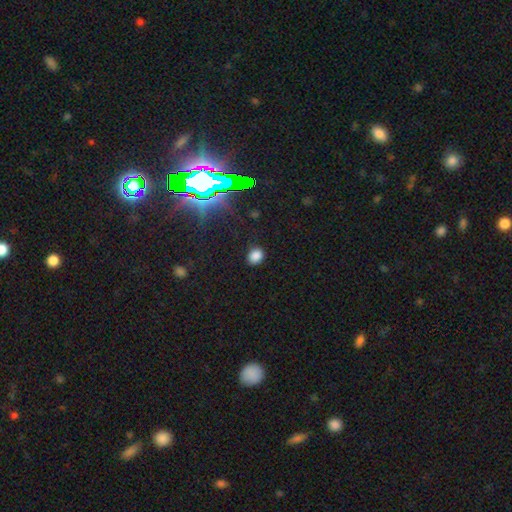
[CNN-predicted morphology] A smooth galaxy with no disk features (79%) that is round (53%).

Vote fractions:
- Smooth or featured? smooth: 79% / star or artifact: 16% / featured or disk: 4%
- How rounded? round: 53% / in between: 46% / cigar-shaped: 1%
- Merging? none: 86% / minor disturbance: 10% / major disturbance: 3% / merger: 1%